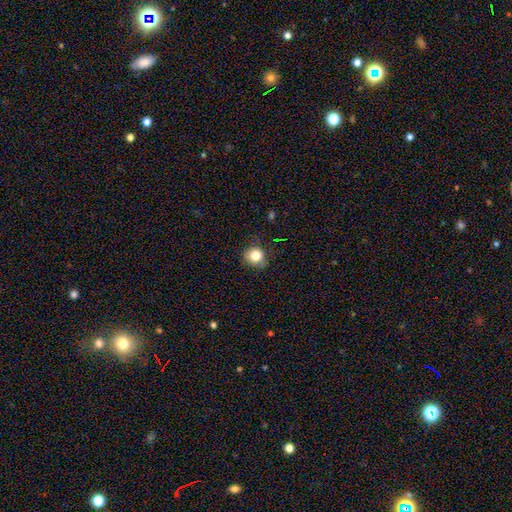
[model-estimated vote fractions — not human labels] A smooth galaxy with no disk features (82%) that is round (89%).

Vote fractions:
- Smooth or featured? smooth: 82% / star or artifact: 11% / featured or disk: 7%
- How rounded? round: 89% / in between: 10% / cigar-shaped: 1%
- Merging? none: 83% / minor disturbance: 13% / major disturbance: 3% / merger: 1%